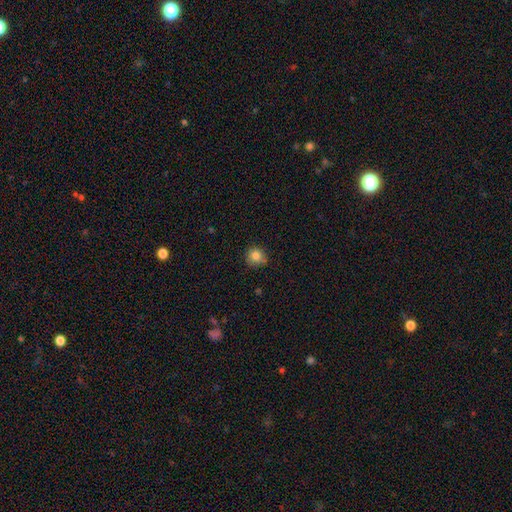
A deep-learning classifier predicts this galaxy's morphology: Overall: smooth (84%). How rounded: round (92%). Merging: none (82%).